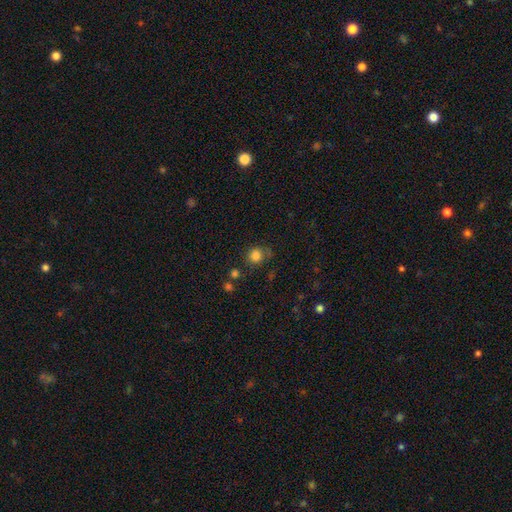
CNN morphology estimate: A smooth galaxy with no disk features (82%) that is round (86%).

Vote fractions:
- Smooth or featured? smooth: 82% / star or artifact: 12% / featured or disk: 5%
- How rounded? round: 86% / in between: 13% / cigar-shaped: 1%
- Merging? none: 71% / minor disturbance: 17% / major disturbance: 6% / merger: 6%